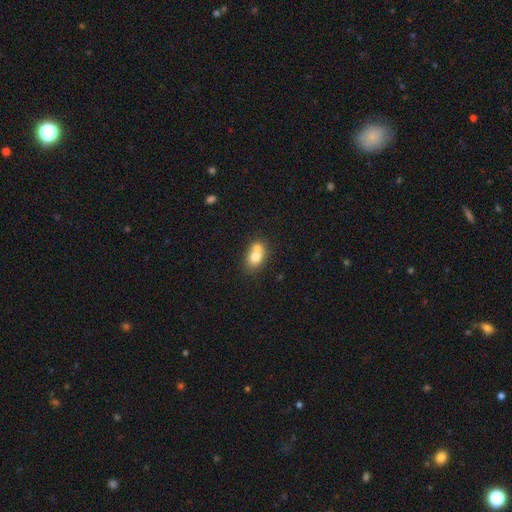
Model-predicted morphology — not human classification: This is likely a smooth galaxy (73%). How rounded: likely in between (68%). Merging: possibly merger (49%).